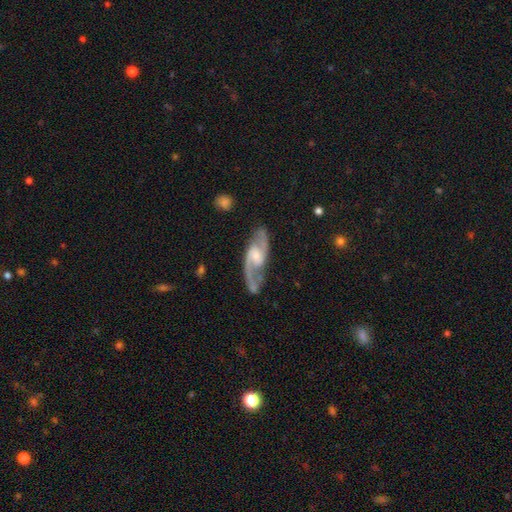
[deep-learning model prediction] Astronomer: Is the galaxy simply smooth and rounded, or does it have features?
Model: featured or disk — 89%.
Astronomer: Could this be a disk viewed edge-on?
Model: no — 95%.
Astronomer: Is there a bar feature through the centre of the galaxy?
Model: weak — 49% (runner-up: no, 33%).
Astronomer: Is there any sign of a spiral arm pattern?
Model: yes — 97%.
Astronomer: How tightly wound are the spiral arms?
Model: medium — 55%.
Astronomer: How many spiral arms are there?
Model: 2 — 92%.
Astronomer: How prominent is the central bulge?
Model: small — 44% (runner-up: moderate, 41%).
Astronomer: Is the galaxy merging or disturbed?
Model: none — 77%.